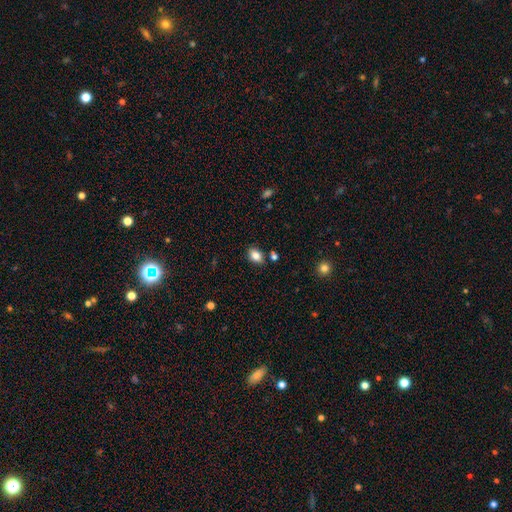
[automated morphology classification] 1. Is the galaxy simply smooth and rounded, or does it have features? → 83% smooth, 9% star or artifact, 8% featured or disk.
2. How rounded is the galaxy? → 81% in between, 17% round, 2% cigar-shaped.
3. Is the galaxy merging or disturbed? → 80% none, 12% minor disturbance, 5% merger, 3% major disturbance.